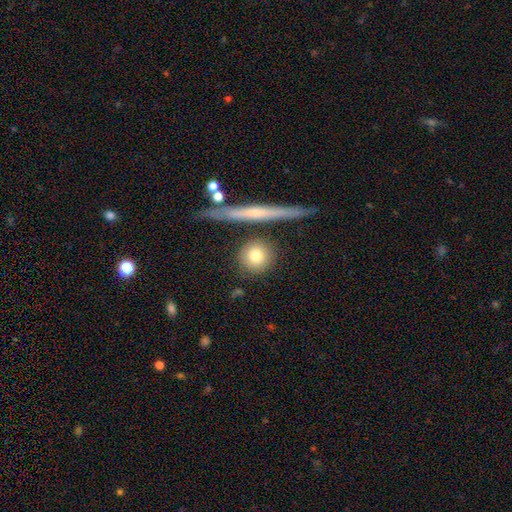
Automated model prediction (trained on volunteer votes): smooth 79%, featured or disk 14%, star or artifact 7%. Down the decision tree: how rounded — round (90%); merging — none (83%).